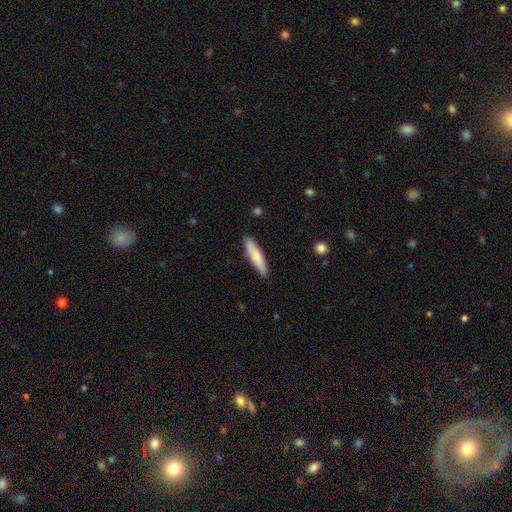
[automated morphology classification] Smooth or featured? Predicted: smooth (p=0.79). How rounded? Predicted: cigar-shaped (p=0.81). Merging? Predicted: none (p=0.88).